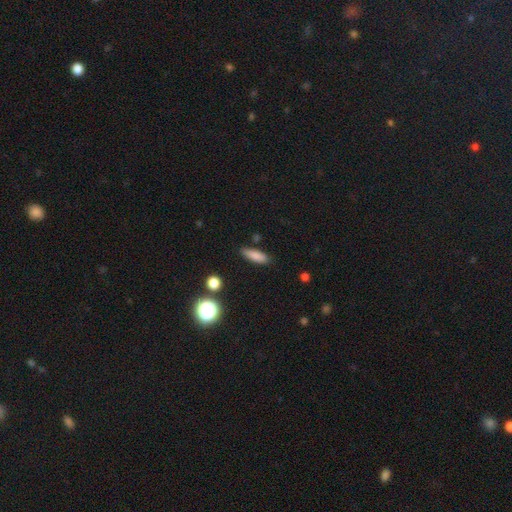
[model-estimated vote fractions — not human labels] This appears to be a smooth galaxy with no disk features (82%) that is cigar-shaped (52%). Merging: none (84%).